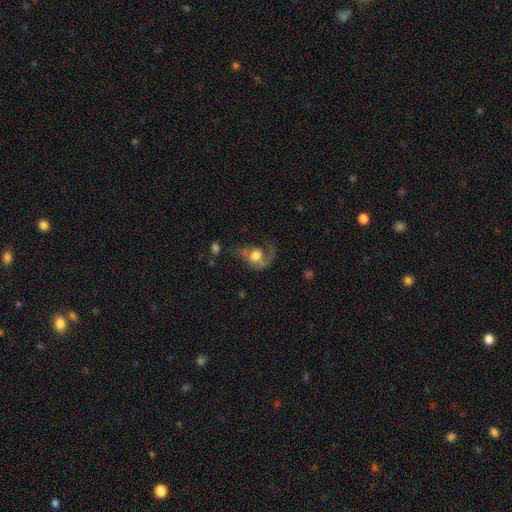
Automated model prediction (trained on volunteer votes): Smooth or featured? Predicted: featured or disk (p=0.57). Edge-on disk? Predicted: no (p=0.96). Bar? Predicted: no (p=0.72). Spiral arms? Predicted: yes (p=0.76). Bulge size? Predicted: moderate (p=0.47). Merging? Predicted: major disturbance (p=0.44).